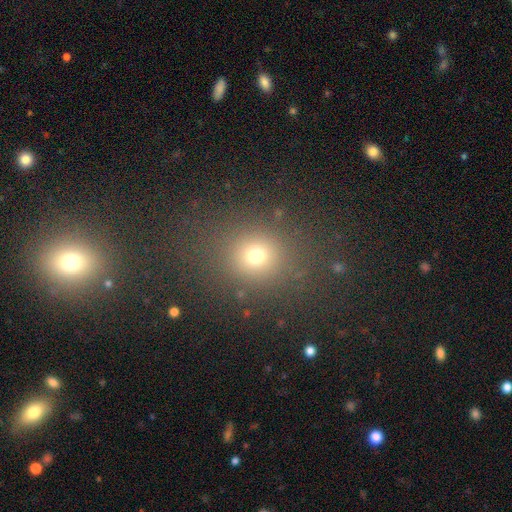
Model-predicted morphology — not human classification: smooth 72%, star or artifact 20%, featured or disk 8%. Down the decision tree: how rounded — round (79%); merging — none (80%).